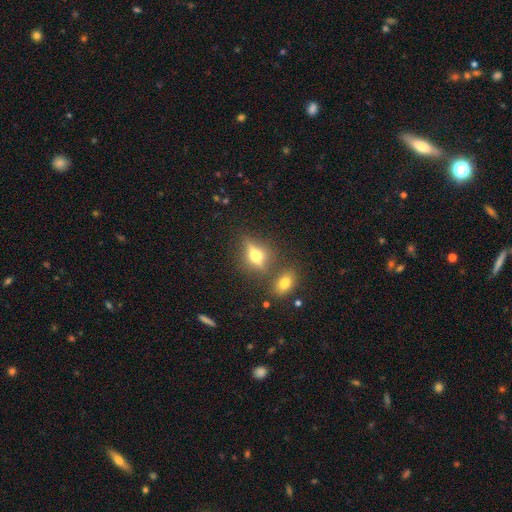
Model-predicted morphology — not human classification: This is possibly a featured or disk galaxy (47%). Merging: likely none (71%).